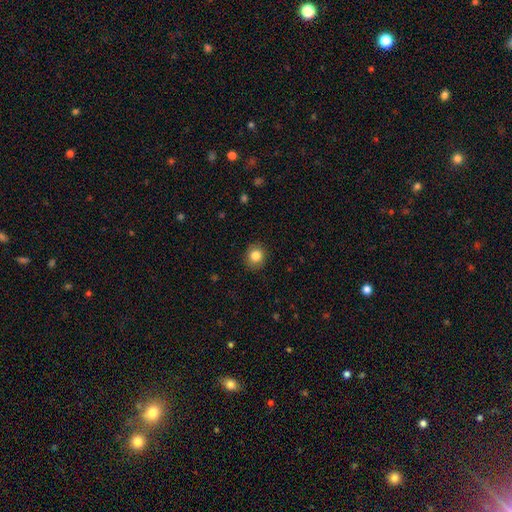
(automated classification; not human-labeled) Morphology: type=smooth (84%); roundness=round (81%); merging=none (89%).